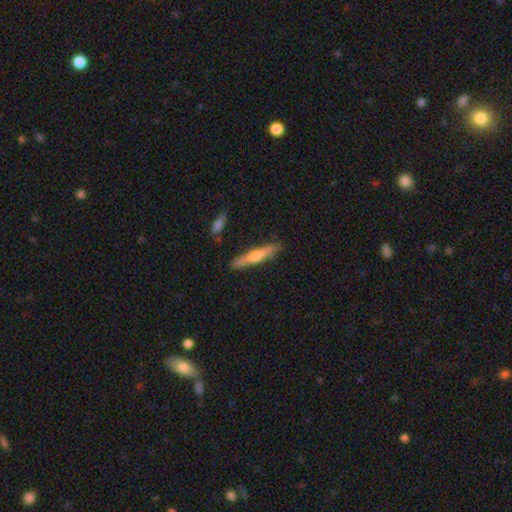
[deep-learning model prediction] smooth 49%, featured or disk 45%, star or artifact 6%. Down the decision tree: merging — none (86%).